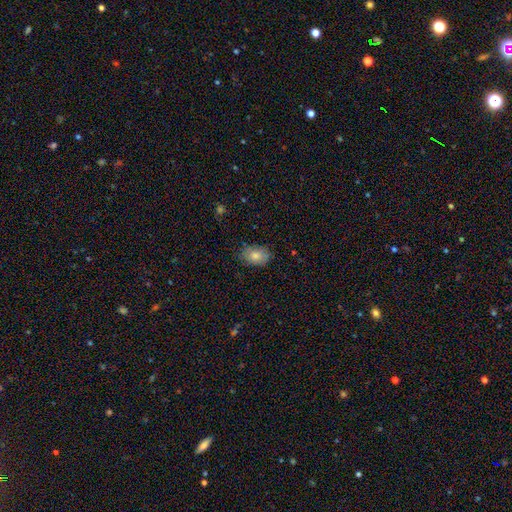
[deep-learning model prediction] A smooth galaxy with no disk features (81%) that is in between round and cigar-shaped (84%). Merging: none (77%).